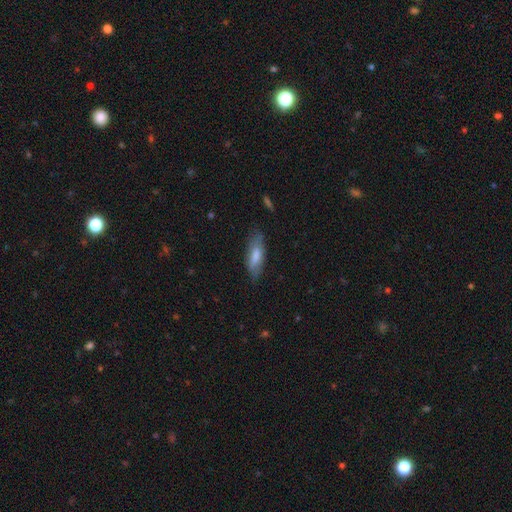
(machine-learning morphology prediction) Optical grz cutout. It shows a smooth galaxy with no disk features (71%) that is in between round and cigar-shaped (59%). Merging: none (72%).